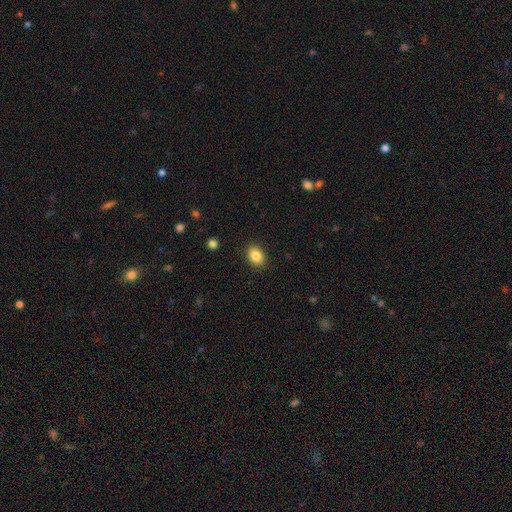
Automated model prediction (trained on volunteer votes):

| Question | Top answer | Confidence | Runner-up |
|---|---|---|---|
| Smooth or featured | smooth | 86% | star or artifact (9%) |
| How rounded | in between | 64% | round (35%) |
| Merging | none | 88% | minor disturbance (9%) |